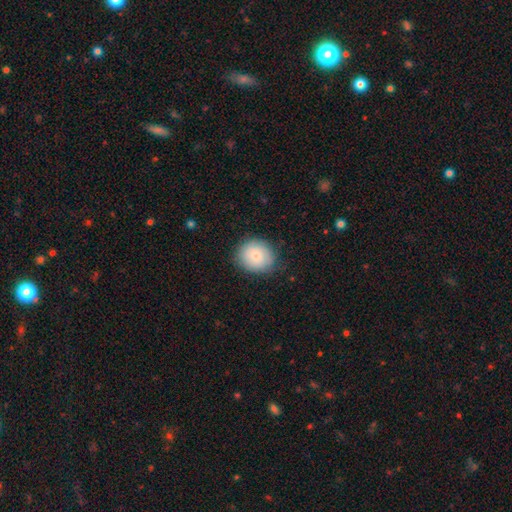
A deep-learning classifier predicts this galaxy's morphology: Overall: smooth (77%). How rounded: round (74%). Merging: none (81%).